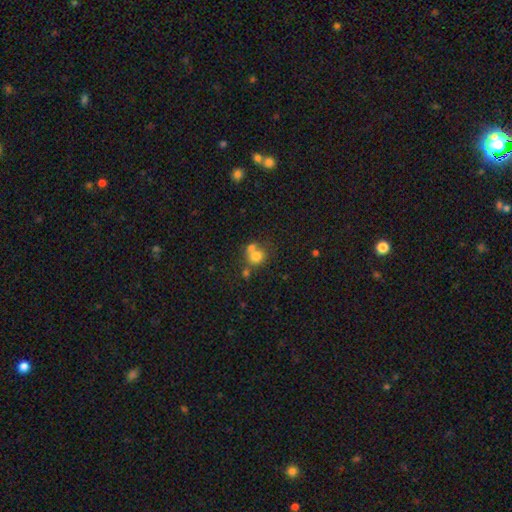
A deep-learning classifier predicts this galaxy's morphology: The model was most divided on "merging": merger: 44%, none: 41%, minor disturbance: 10%, major disturbance: 5%. More confident: how rounded — round (76%); smooth or featured — smooth (74%).